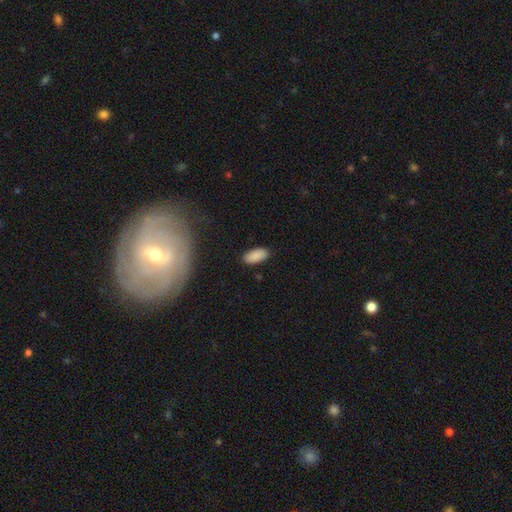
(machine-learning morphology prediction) smooth 88%, star or artifact 7%, featured or disk 5%. Down the decision tree: how rounded — in between (93%); merging — none (87%).